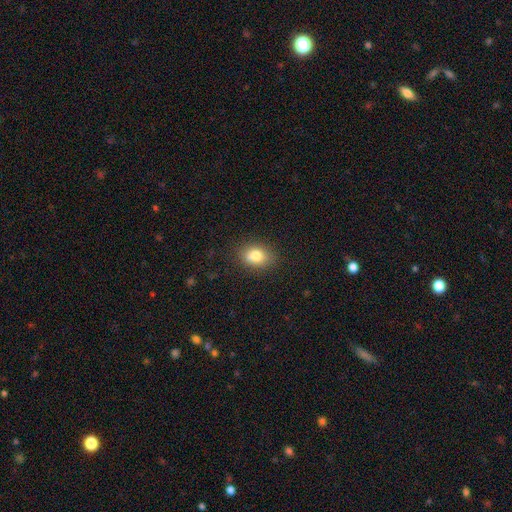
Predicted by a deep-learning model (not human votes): This appears to be a smooth galaxy with no disk features (79%) that is in between round and cigar-shaped (63%). Merging: none (72%).